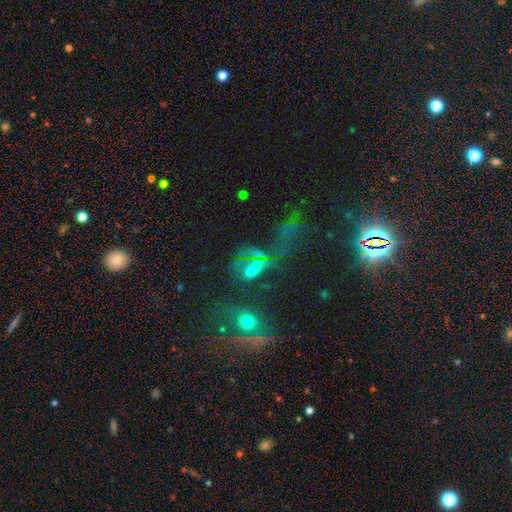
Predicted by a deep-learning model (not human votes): Q: Smooth or featured?
A: star or artifact (43%); runner-up: featured or disk (31%)